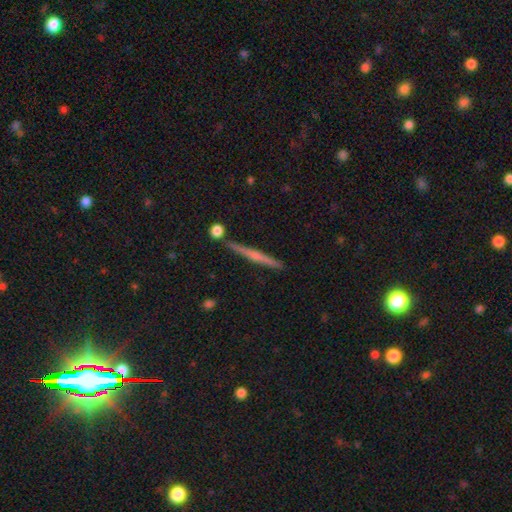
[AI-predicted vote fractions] Smooth or featured: featured or disk — 58% (smooth — 35%)
Edge-on disk: yes — 98% (no — 2%)
Edge-on bulge: rounded — 47% (none — 43%)
Merging: none — 87% (minor disturbance — 8%)